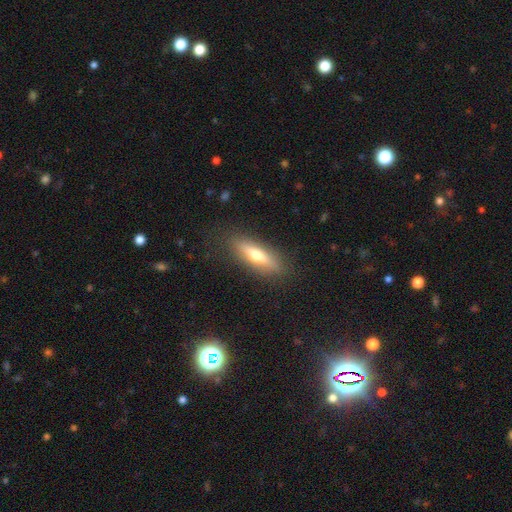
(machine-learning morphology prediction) The model was most divided on "smooth or featured": smooth: 57%, featured or disk: 36%, star or artifact: 7%. More confident: merging — none (86%); how rounded — cigar-shaped (59%).